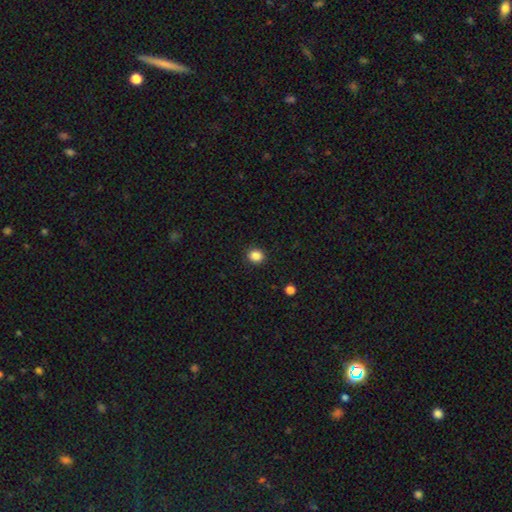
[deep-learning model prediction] Smooth or featured: smooth — 86% (star or artifact — 11%)
How rounded: round — 80% (in between — 19%)
Merging: none — 91% (minor disturbance — 6%)